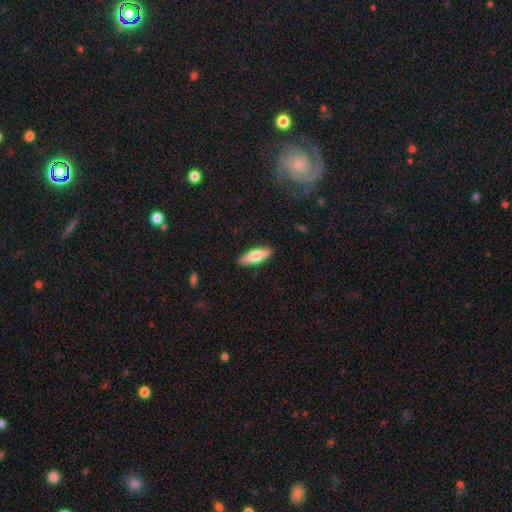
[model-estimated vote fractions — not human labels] Smooth or featured?
  - smooth: 71% *
  - featured or disk: 23%
  - star or artifact: 6%
How rounded?
  - in between: 59% *
  - cigar-shaped: 39%
  - round: 2%
Merging?
  - none: 86% *
  - minor disturbance: 11%
  - major disturbance: 2%
  - merger: 1%